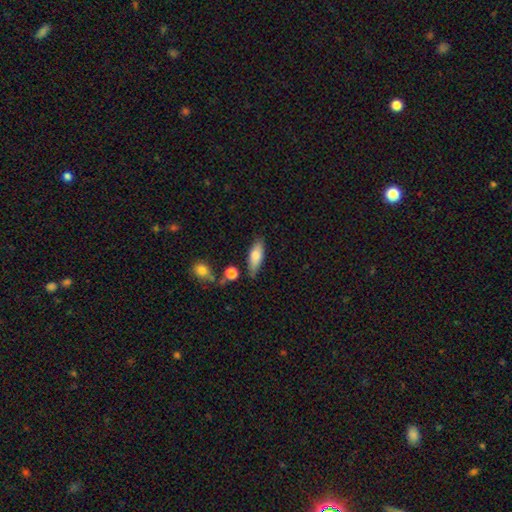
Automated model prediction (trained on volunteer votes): This appears to be a smooth galaxy with no disk features (78%) that is in between round and cigar-shaped (64%). Merging: none (71%).